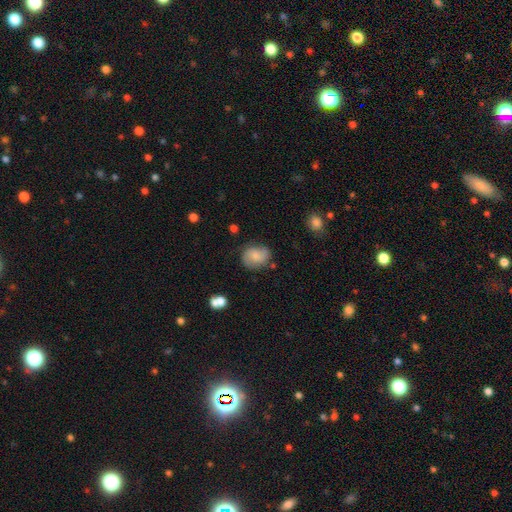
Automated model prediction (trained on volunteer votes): Smooth or featured: smooth — 60% (featured or disk — 32%)
How rounded: round — 55% (in between — 43%)
Merging: none — 69% (minor disturbance — 22%)